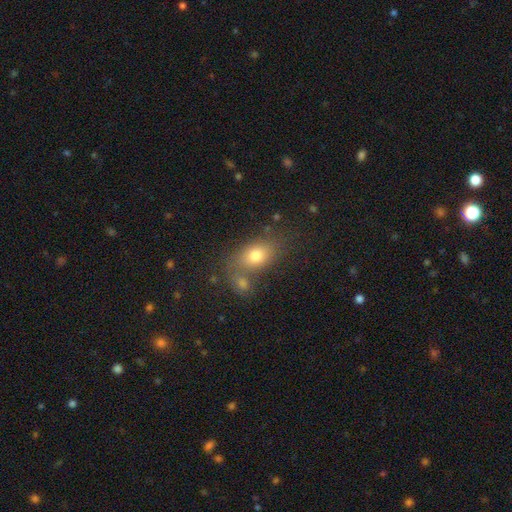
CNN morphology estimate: Smooth or featured? Predicted: smooth (p=0.76). How rounded? Predicted: in between (p=0.78). Merging? Predicted: none (p=0.55).